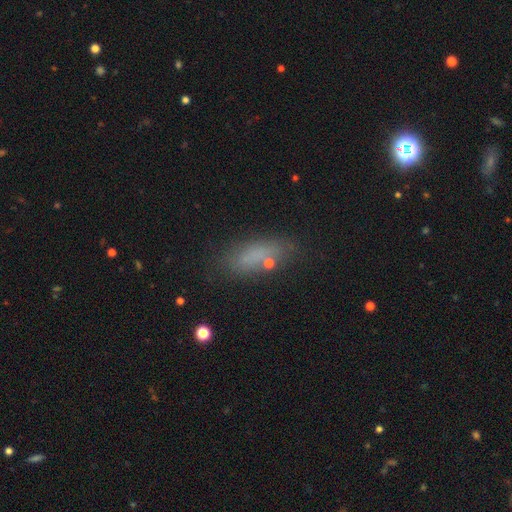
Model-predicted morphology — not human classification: Smooth or featured? smooth (67%)
How rounded? in between (64%)
Merging? none (70%)